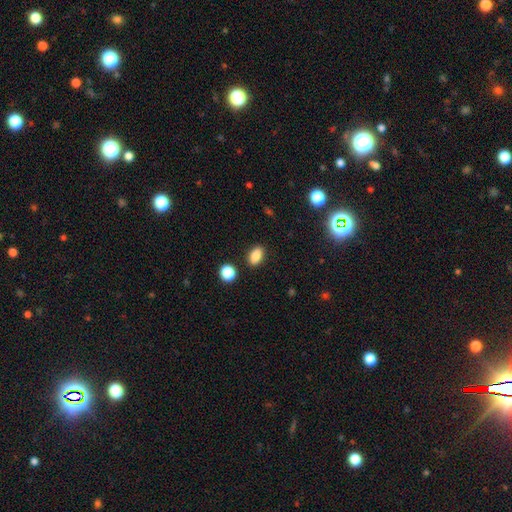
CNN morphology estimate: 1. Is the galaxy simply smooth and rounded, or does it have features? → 85% smooth, 10% star or artifact, 5% featured or disk.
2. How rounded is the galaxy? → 85% in between, 12% round, 3% cigar-shaped.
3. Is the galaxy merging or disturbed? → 87% none, 8% minor disturbance, 3% merger, 2% major disturbance.